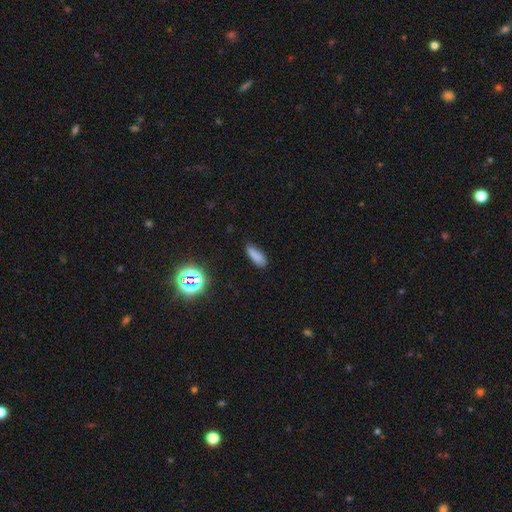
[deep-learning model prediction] Smooth or featured?
  - smooth: 80% *
  - star or artifact: 14%
  - featured or disk: 6%
How rounded?
  - in between: 56% *
  - cigar-shaped: 42%
  - round: 3%
Merging?
  - none: 77% *
  - minor disturbance: 18%
  - major disturbance: 4%
  - merger: 2%